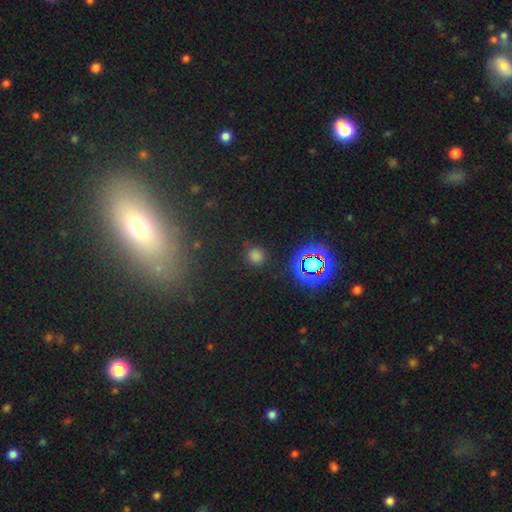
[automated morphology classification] Smooth or featured? Predicted: smooth (p=0.66). How rounded? Predicted: round (p=0.91). Merging? Predicted: none (p=0.87).